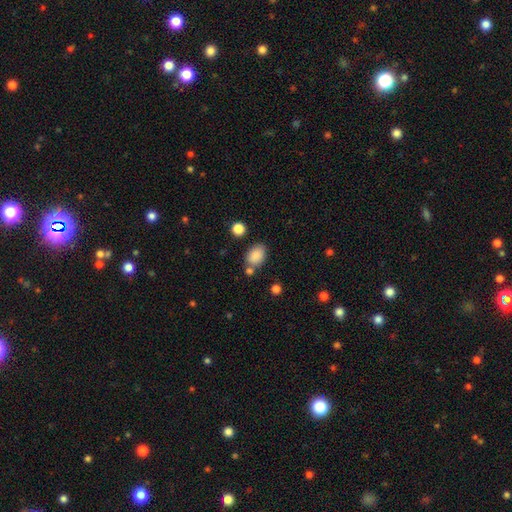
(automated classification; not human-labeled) smooth 87%, star or artifact 9%, featured or disk 5%. Down the decision tree: how rounded — in between (78%); merging — none (67%).